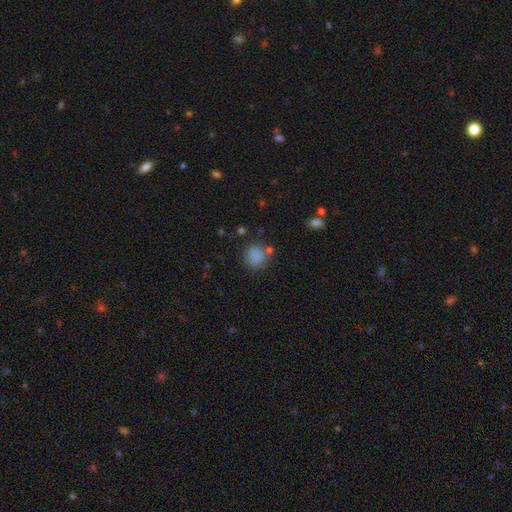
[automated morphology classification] A smooth galaxy with no disk features (83%) that is round (82%).

Vote fractions:
- Smooth or featured? smooth: 83% / star or artifact: 12% / featured or disk: 6%
- How rounded? round: 82% / in between: 17% / cigar-shaped: 1%
- Merging? none: 72% / minor disturbance: 14% / merger: 8% / major disturbance: 6%